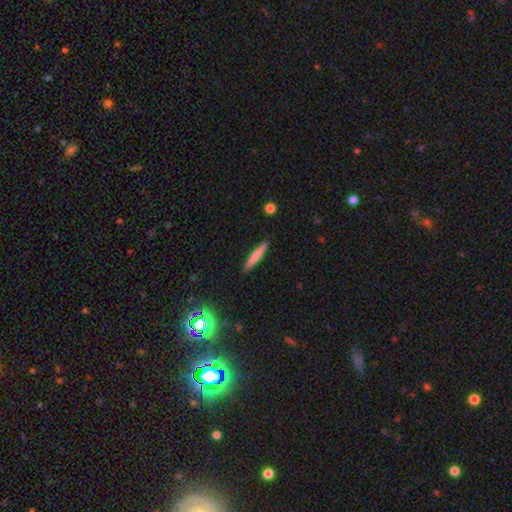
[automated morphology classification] Smooth or featured: smooth — 76% (featured or disk — 18%)
How rounded: cigar-shaped — 93% (in between — 5%)
Merging: none — 90% (minor disturbance — 7%)